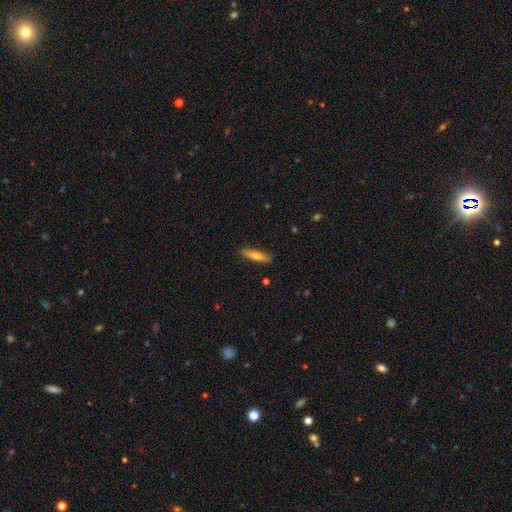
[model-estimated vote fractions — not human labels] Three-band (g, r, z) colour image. It shows a smooth galaxy with no disk features (69%) that is cigar-shaped (75%). Merging: none (87%).